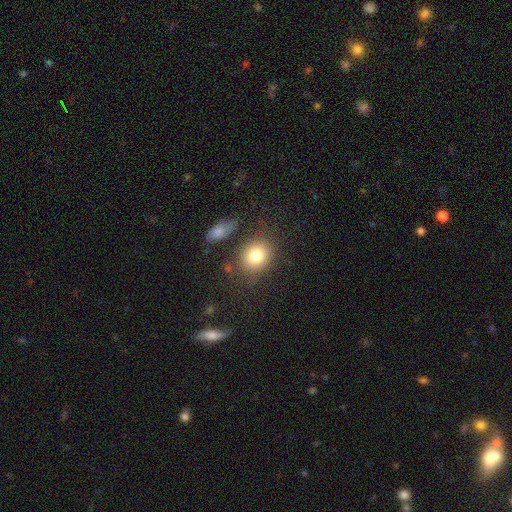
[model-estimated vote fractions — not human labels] Morphology: type=smooth (80%); roundness=round (60%); merging=none (77%).